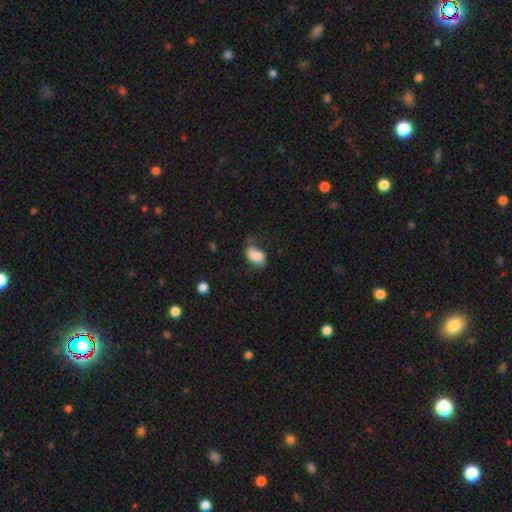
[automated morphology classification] type=smooth (77%); roundness=in between (89%); merging=minor disturbance (34%).